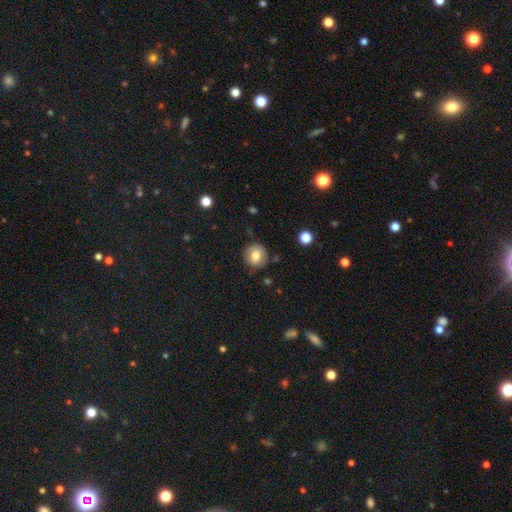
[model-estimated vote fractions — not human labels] Smooth or featured: smooth — 78% (featured or disk — 13%)
How rounded: round — 90% (in between — 9%)
Merging: none — 84% (minor disturbance — 11%)